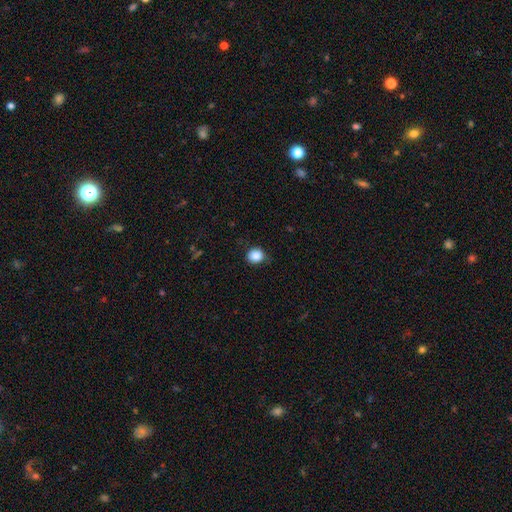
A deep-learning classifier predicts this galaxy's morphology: The model was most divided on "how rounded": round: 79%, in between: 20%, cigar-shaped: 1%. More confident: smooth or featured — smooth (87%); merging — none (77%).